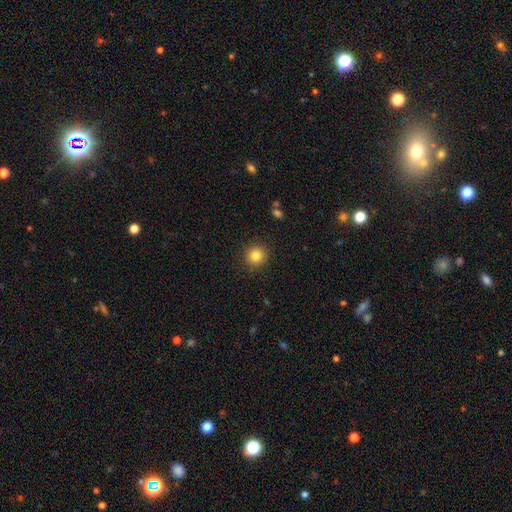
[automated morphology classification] type=smooth (83%); roundness=round (94%); merging=none (91%).